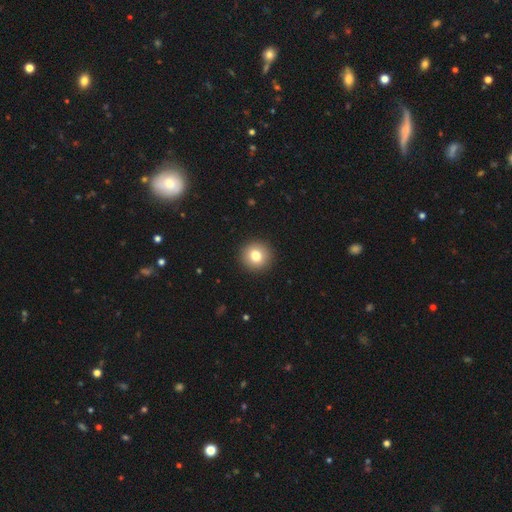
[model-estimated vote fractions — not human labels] Smooth or featured? smooth (79%)
How rounded? round (93%)
Merging? none (93%)